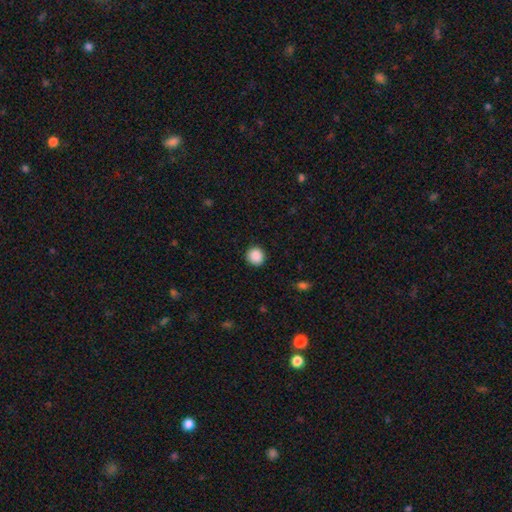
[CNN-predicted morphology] Overall: smooth (89%). How rounded: round (92%). Merging: none (91%).